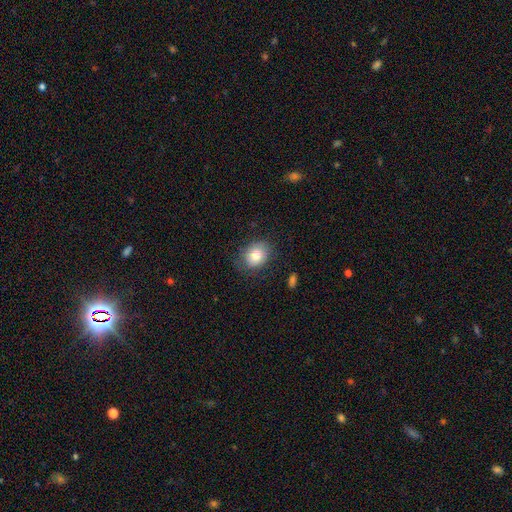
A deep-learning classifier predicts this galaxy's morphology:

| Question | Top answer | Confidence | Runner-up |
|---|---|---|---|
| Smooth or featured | smooth | 82% | featured or disk (10%) |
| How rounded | round | 50% | tied: in between (50%) |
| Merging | none | 74% | minor disturbance (19%) |